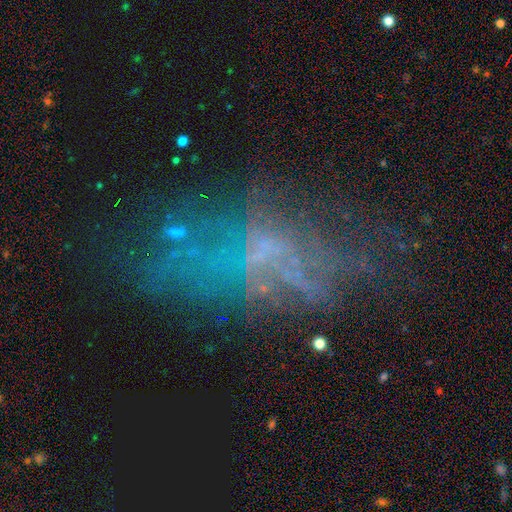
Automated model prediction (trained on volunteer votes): Overall: featured or disk (46%; star or artifact 30%). Merging: none (49%; major disturbance 27%).